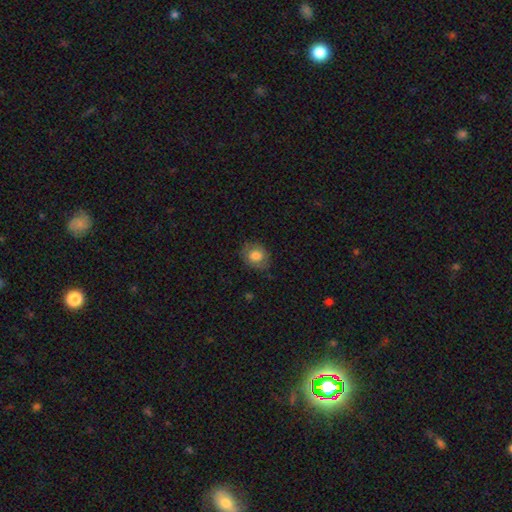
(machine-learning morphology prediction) A smooth galaxy with no disk features (79%) that is round (59%).

Vote fractions:
- Smooth or featured? smooth: 79% / featured or disk: 13% / star or artifact: 9%
- How rounded? round: 59% / in between: 40% / cigar-shaped: 1%
- Merging? none: 75% / minor disturbance: 19% / major disturbance: 5% / merger: 1%